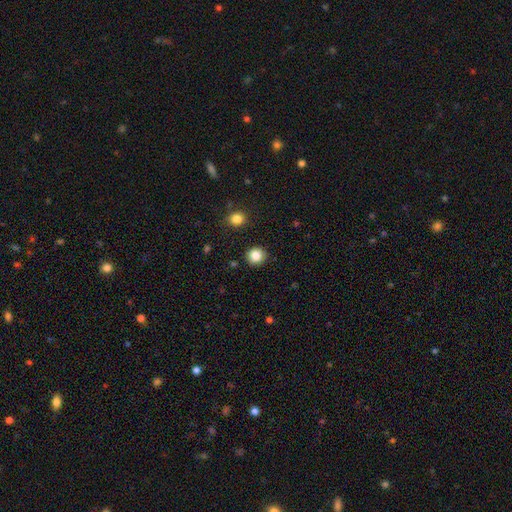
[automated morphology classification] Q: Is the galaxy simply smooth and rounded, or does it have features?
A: smooth — 84%.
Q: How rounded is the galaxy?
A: round — 90%.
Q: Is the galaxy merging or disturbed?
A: none — 90%.